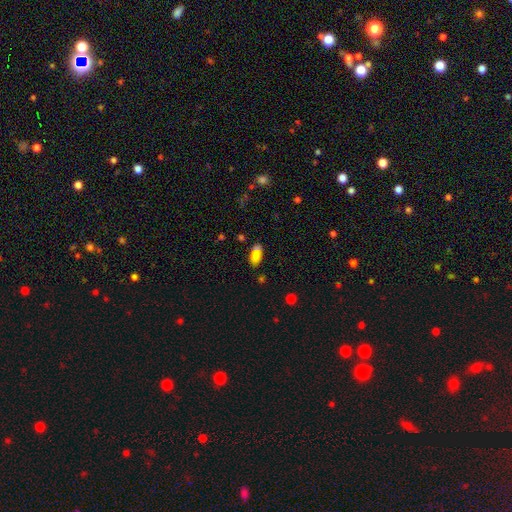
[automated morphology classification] smooth_or_featured: smooth (p=0.76) [alt: featured or disk p=0.14]
how_rounded: in between (p=0.87) [alt: round p=0.08]
merging: none (p=0.49) [alt: merger p=0.33]